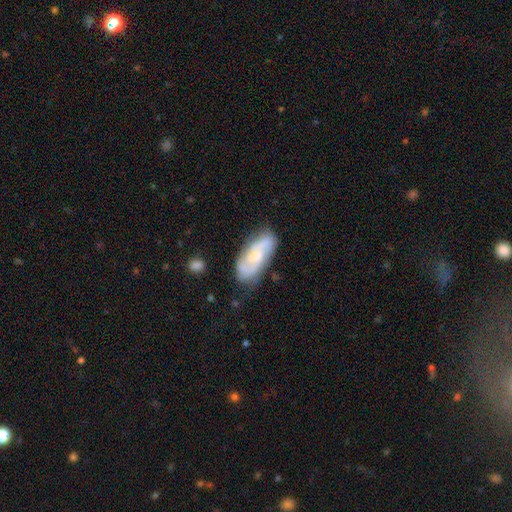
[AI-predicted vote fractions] A featured or disk galaxy (67%) with no bar (52%), 2 (56%) medium (45%) spiral arms (89%) and a small central bulge (53%).

Vote fractions:
- Smooth or featured? featured or disk: 67% / smooth: 26% / star or artifact: 6%
- Edge-on disk? no: 93% / yes: 7%
- Bar? no: 52% / weak: 39% / strong: 9%
- Spiral arms? yes: 89% / no: 11%
- Spiral winding? medium: 45% / tight: 35% / loose: 20%
- Spiral arm count? 2: 56% / can't tell: 23% / 3: 13% / 1: 3% / 4: 3% / more than 4: 2%
- Bulge size? small: 53% / moderate: 32% / none: 12% / large: 3% / dominant: 1%
- Merging? none: 71% / minor disturbance: 21% / major disturbance: 6% / merger: 2%